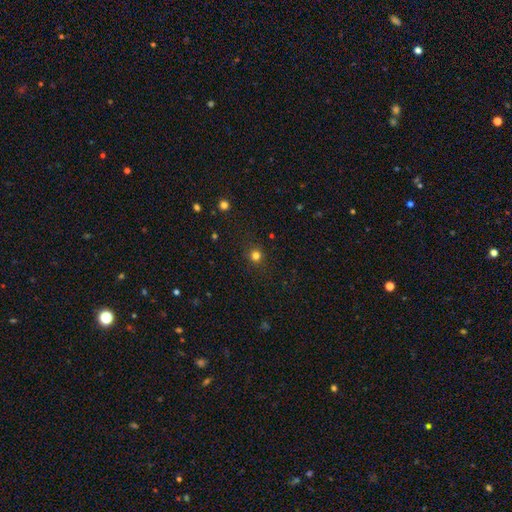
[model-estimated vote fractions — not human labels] Smooth or featured?
  - smooth: 79% *
  - star or artifact: 17%
  - featured or disk: 5%
How rounded?
  - round: 92% *
  - in between: 7%
  - cigar-shaped: 1%
Merging?
  - none: 90% *
  - minor disturbance: 7%
  - major disturbance: 3%
  - merger: 1%